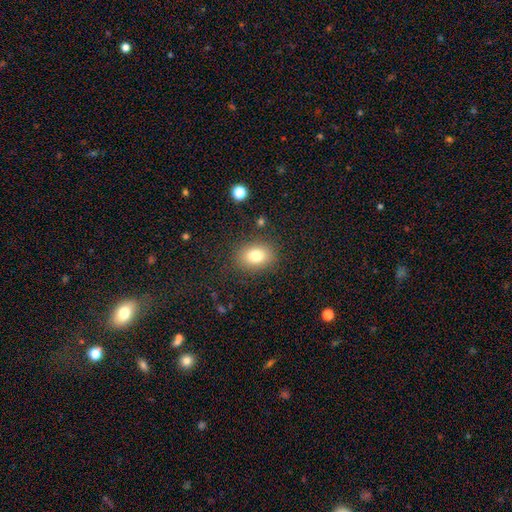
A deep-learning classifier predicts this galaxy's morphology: Smooth or featured?
  - smooth: 80% *
  - star or artifact: 10%
  - featured or disk: 9%
How rounded?
  - in between: 64% *
  - round: 35%
  - cigar-shaped: 1%
Merging?
  - none: 84% *
  - minor disturbance: 10%
  - major disturbance: 4%
  - merger: 2%